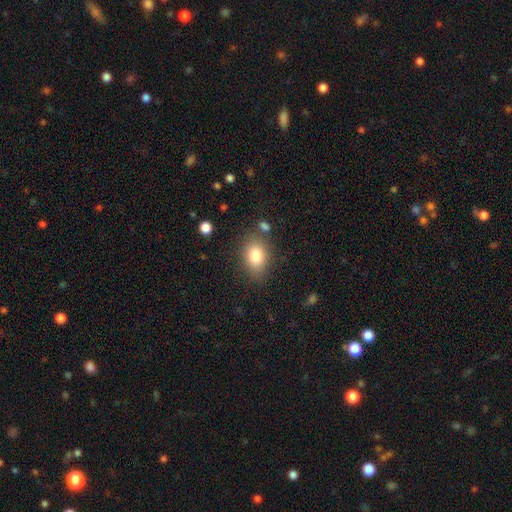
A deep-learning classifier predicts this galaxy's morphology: smooth-or-featured: smooth: 81% | featured or disk: 10% | star or artifact: 9%
  how-rounded: in between: 72% | round: 26% | cigar-shaped: 1%
  merging: none: 77% | minor disturbance: 14% | merger: 5% | major disturbance: 4%